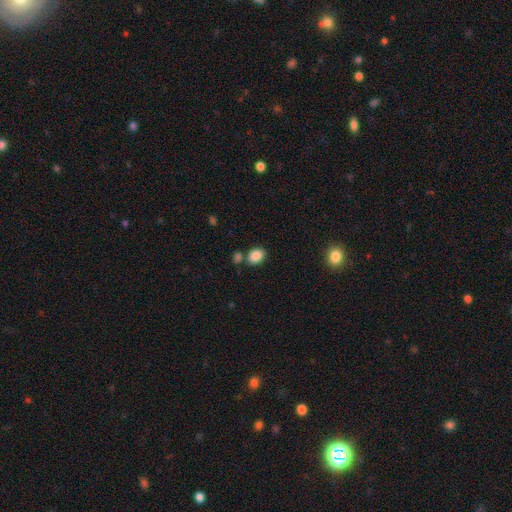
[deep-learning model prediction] Morphology: type=smooth (86%); roundness=in between (70%); merging=none (70%).